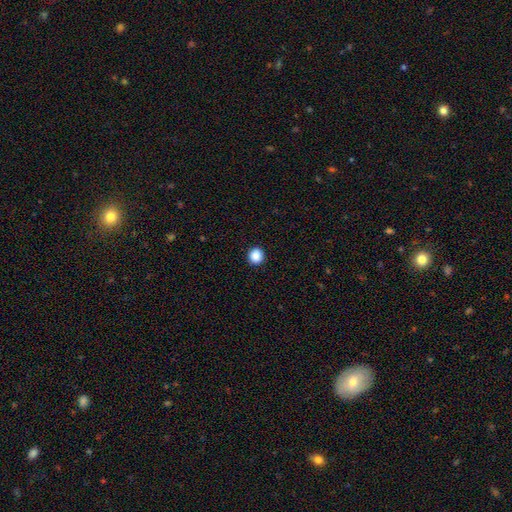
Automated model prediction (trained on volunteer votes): This appears to be a smooth galaxy with no disk features (88%) that is round (94%). Merging: none (93%).